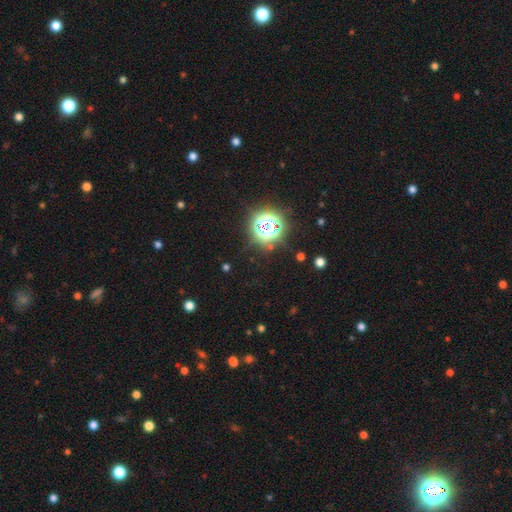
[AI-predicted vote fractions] Smooth or featured: star or artifact — 84% (smooth — 11%)